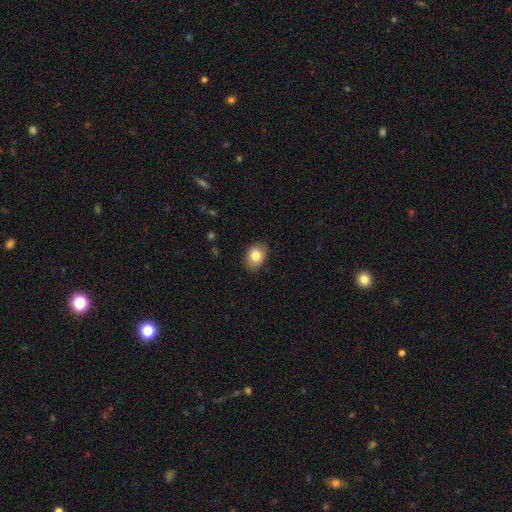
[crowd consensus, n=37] Volunteers were most divided on "how rounded": in between: 70%, round: 30%, cigar-shaped: 0%. More confident: merging — none (77%); smooth or featured — smooth (73%).